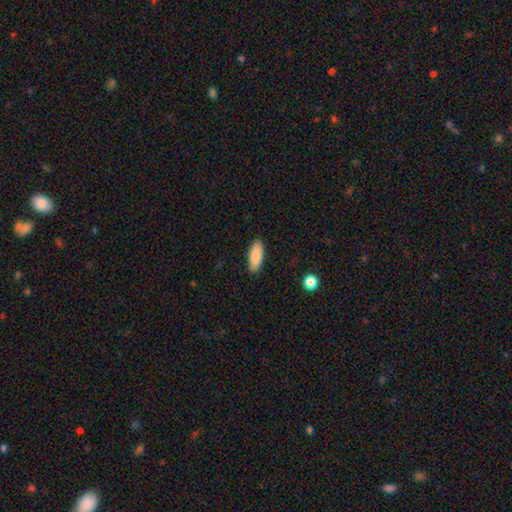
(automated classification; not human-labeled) Smooth or featured: smooth — 88% (star or artifact — 6%)
How rounded: in between — 72% (cigar-shaped — 26%)
Merging: none — 89% (minor disturbance — 8%)